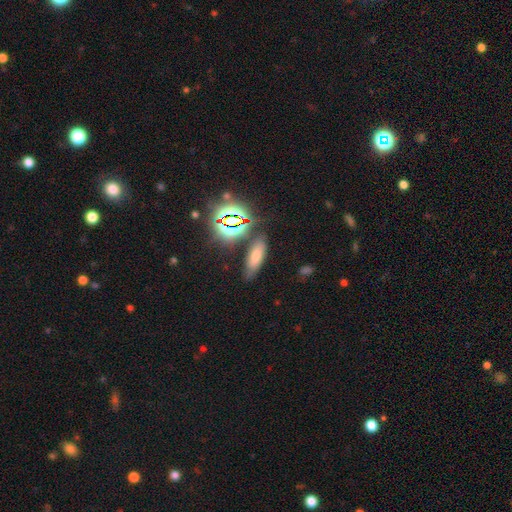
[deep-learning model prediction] A smooth galaxy with no disk features (63%) that is in between round and cigar-shaped (59%).

Vote fractions:
- Smooth or featured? smooth: 63% / star or artifact: 24% / featured or disk: 13%
- How rounded? in between: 59% / cigar-shaped: 34% / round: 7%
- Merging? none: 76% / minor disturbance: 14% / merger: 5% / major disturbance: 5%